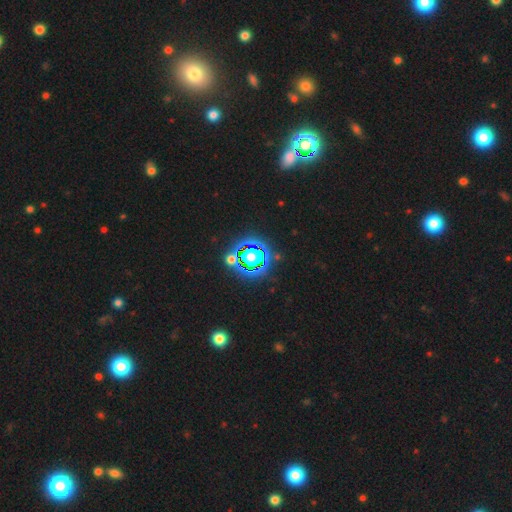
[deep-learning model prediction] Smooth or featured? star or artifact (80%)